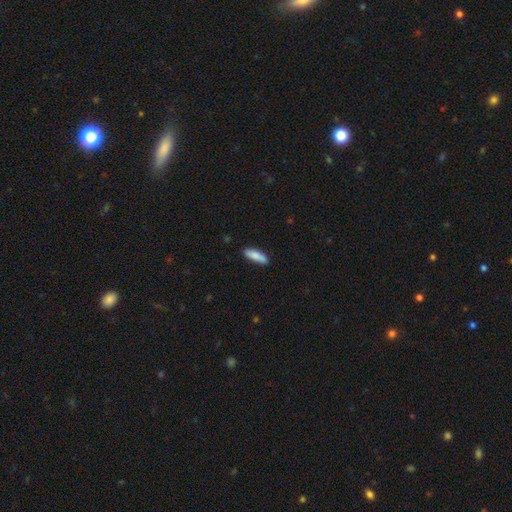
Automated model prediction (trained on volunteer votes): Smooth or featured: smooth — 82% (featured or disk — 12%)
How rounded: cigar-shaped — 60% (in between — 39%)
Merging: none — 85% (minor disturbance — 12%)